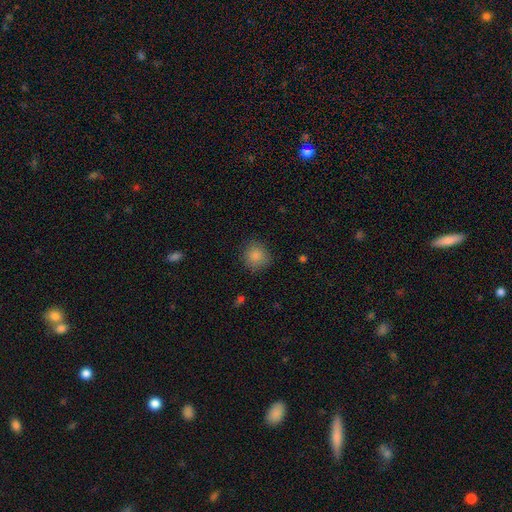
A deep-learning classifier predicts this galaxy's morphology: This appears to be a smooth galaxy with no disk features (85%) that is round (90%). Merging: none (85%).